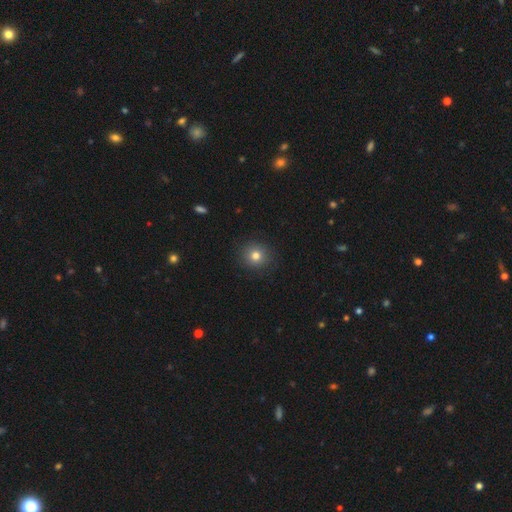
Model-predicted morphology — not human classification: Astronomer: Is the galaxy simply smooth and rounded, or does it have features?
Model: smooth — 79%.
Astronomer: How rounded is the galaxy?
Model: round — 91%.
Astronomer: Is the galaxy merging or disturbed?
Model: none — 90%.